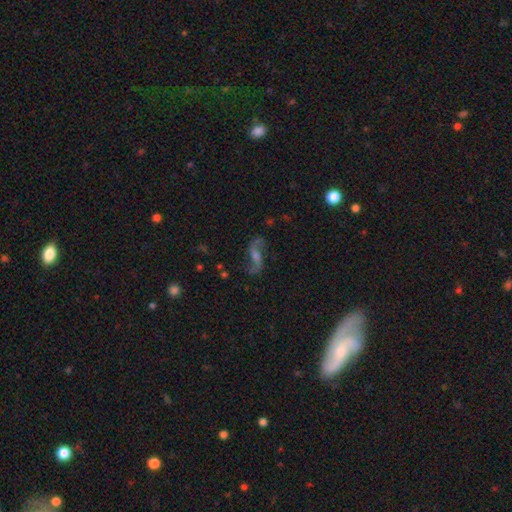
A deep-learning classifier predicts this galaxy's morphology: This appears to be a featured or disk galaxy (83%) with a weak bar (45%), 2 (93%) loose (77%) spiral arms (96%) and a moderate central bulge (38%). Merging: none (76%).